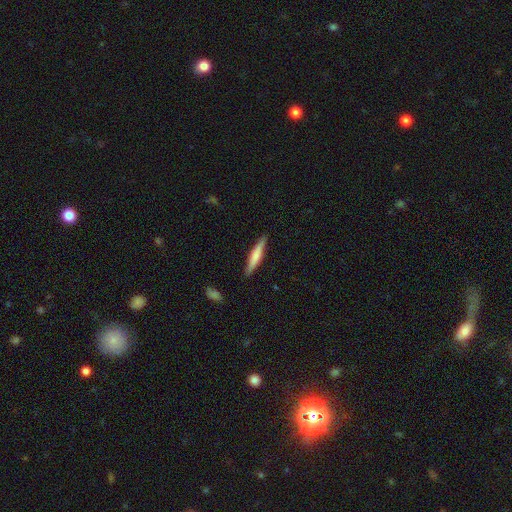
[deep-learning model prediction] The model was most divided on "smooth or featured": smooth: 61%, featured or disk: 34%, star or artifact: 5%. More confident: how rounded — cigar-shaped (90%); merging — none (89%).